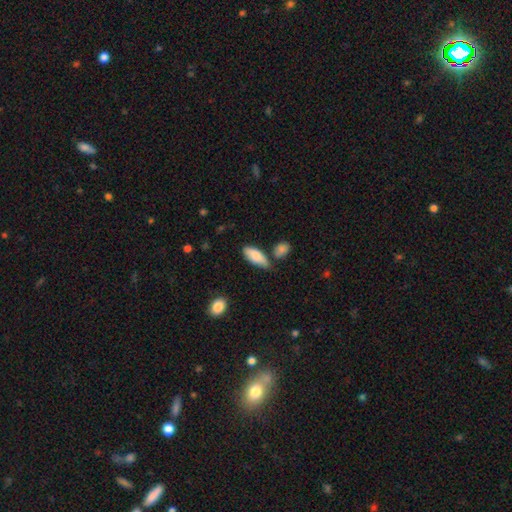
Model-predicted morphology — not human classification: smooth_or_featured: smooth (p=0.82) [alt: featured or disk p=0.11]
how_rounded: in between (p=0.82) [alt: cigar-shaped p=0.16]
merging: none (p=0.57) [alt: minor disturbance p=0.26]